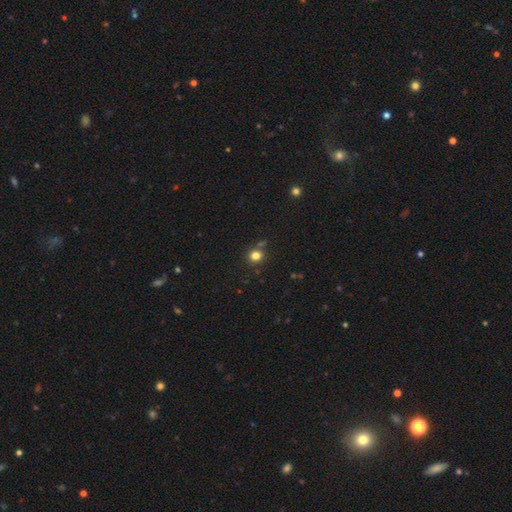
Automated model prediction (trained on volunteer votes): smooth-or-featured: smooth: 80% | star or artifact: 14% | featured or disk: 6%
  how-rounded: round: 83% | in between: 16% | cigar-shaped: 1%
  merging: none: 77% | minor disturbance: 11% | merger: 9% | major disturbance: 3%